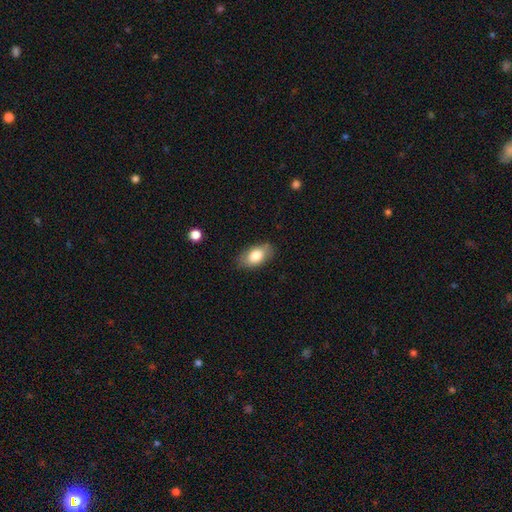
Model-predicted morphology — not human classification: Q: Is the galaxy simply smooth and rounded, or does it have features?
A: smooth — 79%.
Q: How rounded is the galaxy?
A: in between — 92%.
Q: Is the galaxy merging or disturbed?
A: none — 82%.